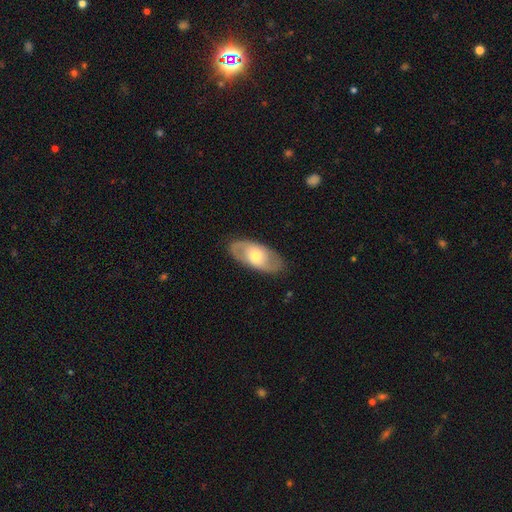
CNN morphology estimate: type=featured or disk (55%); edge-on=no (88%); merging=none (85%).